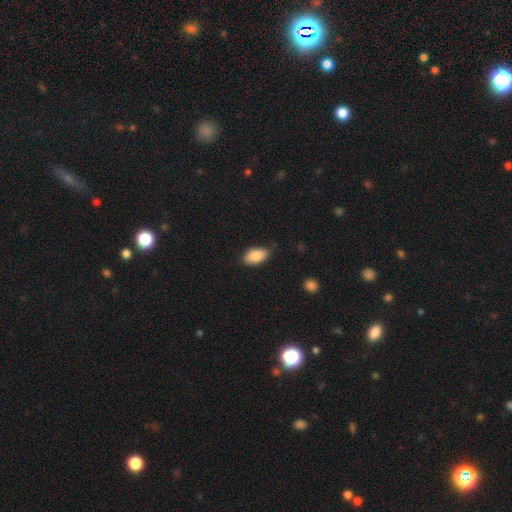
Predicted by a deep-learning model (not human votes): This is clearly a smooth galaxy (85%). How rounded: clearly in between (93%). Merging: likely none (75%).